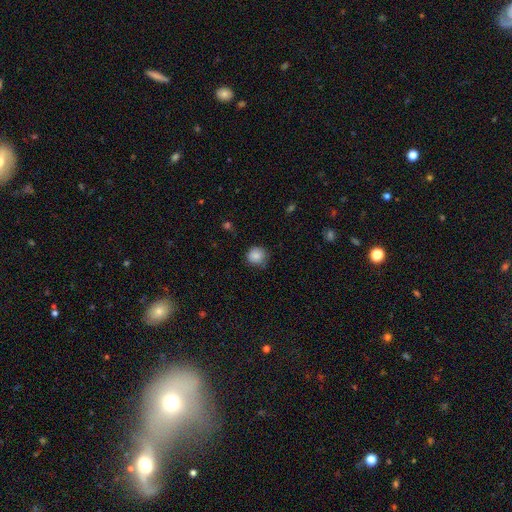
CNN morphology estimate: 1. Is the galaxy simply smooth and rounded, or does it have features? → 86% smooth, 9% star or artifact, 5% featured or disk.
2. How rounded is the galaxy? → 92% round, 7% in between, 1% cigar-shaped.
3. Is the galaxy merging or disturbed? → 79% none, 17% minor disturbance, 3% major disturbance, 1% merger.